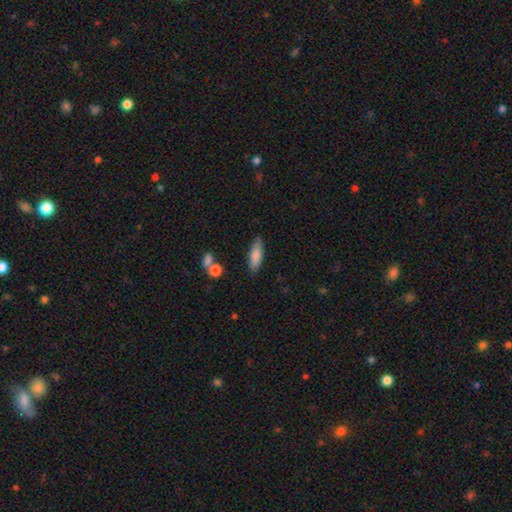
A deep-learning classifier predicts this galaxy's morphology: Overall: smooth (83%). How rounded: in between (54%; cigar-shaped 44%). Merging: none (82%).